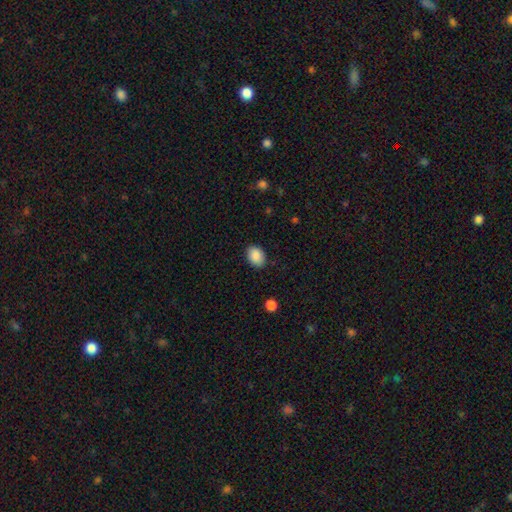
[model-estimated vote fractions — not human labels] A smooth galaxy with no disk features (89%) that is in between round and cigar-shaped (71%). Merging: none (86%).